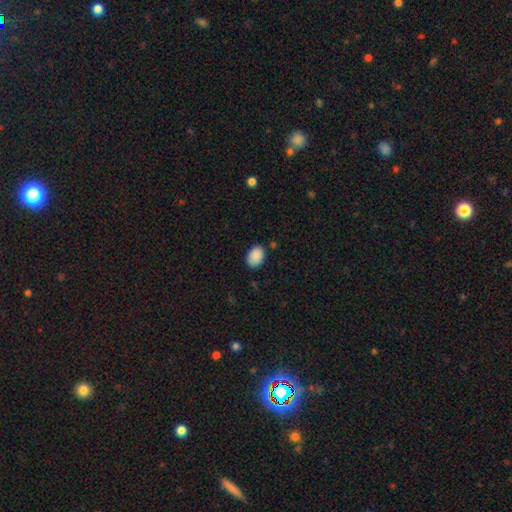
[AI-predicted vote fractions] This appears to be a smooth galaxy with no disk features (89%) that is in between round and cigar-shaped (80%). Merging: none (80%).